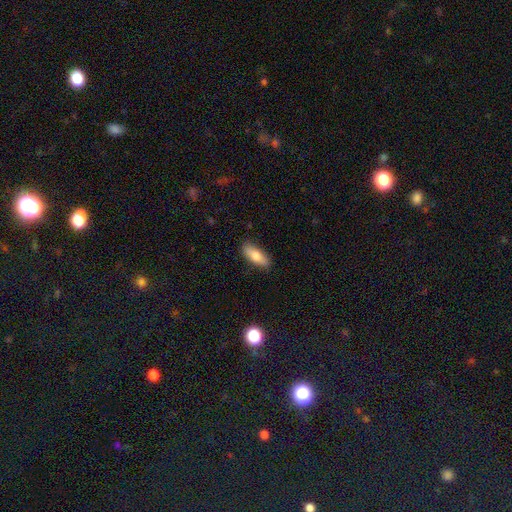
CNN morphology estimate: Smooth or featured?
  - smooth: 76% *
  - featured or disk: 18%
  - star or artifact: 7%
How rounded?
  - in between: 67% *
  - cigar-shaped: 31%
  - round: 3%
Merging?
  - none: 86% *
  - minor disturbance: 11%
  - major disturbance: 2%
  - merger: 1%